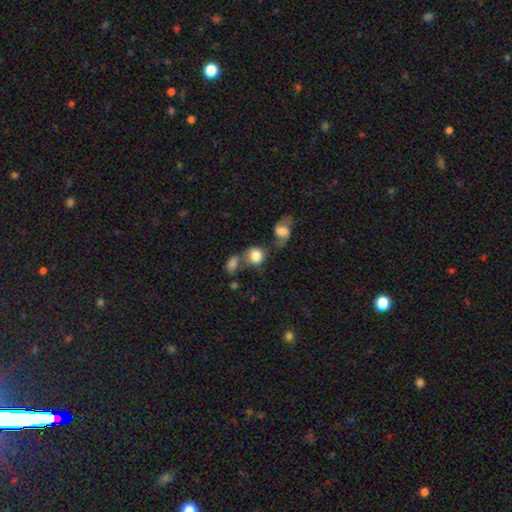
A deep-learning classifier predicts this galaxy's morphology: This appears to be a smooth galaxy with no disk features (81%) that is round (75%). Merging: none (50%).